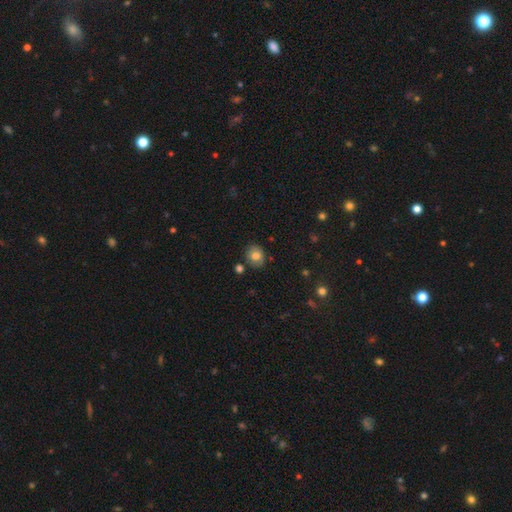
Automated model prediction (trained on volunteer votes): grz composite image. It shows a smooth galaxy with no disk features (77%) that is round (63%). Merging: none (82%).